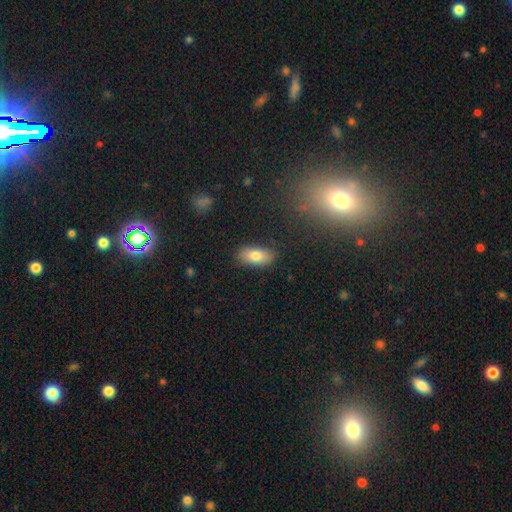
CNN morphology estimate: smooth 79%, featured or disk 12%, star or artifact 8%. Down the decision tree: how rounded — in between (88%); merging — none (86%).